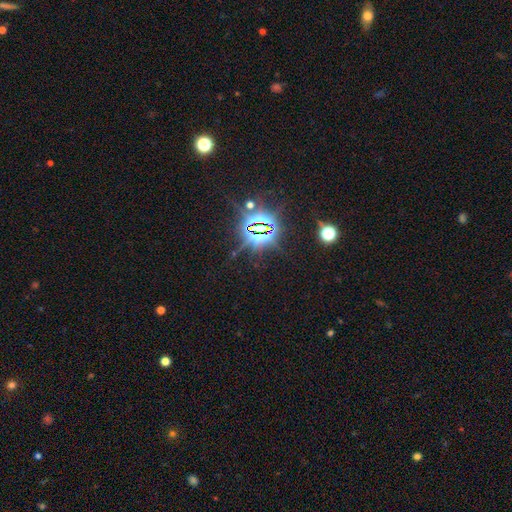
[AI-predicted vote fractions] This appears to be a star or artifact, not a galaxy (84%).